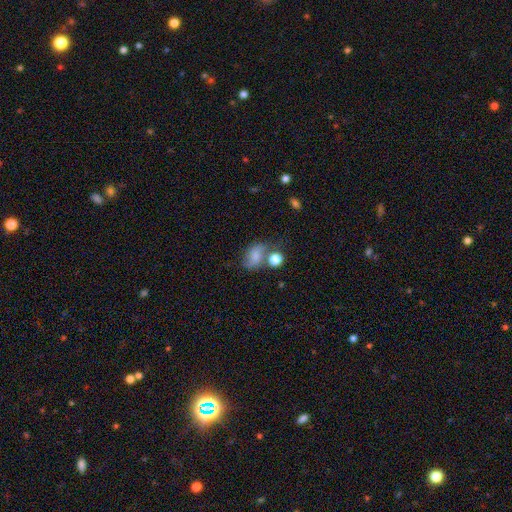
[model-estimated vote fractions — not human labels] Q: Smooth or featured?
A: smooth (59%); runner-up: featured or disk (29%)
Q: How rounded?
A: in between (70%); runner-up: round (28%)
Q: Merging?
A: none (42%); runner-up: merger (24%)